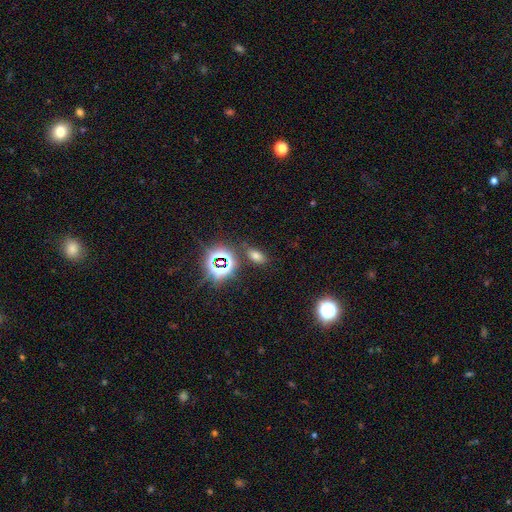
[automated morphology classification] Smooth or featured? Predicted: smooth (p=0.61). How rounded? Predicted: in between (p=0.86). Merging? Predicted: none (p=0.81).